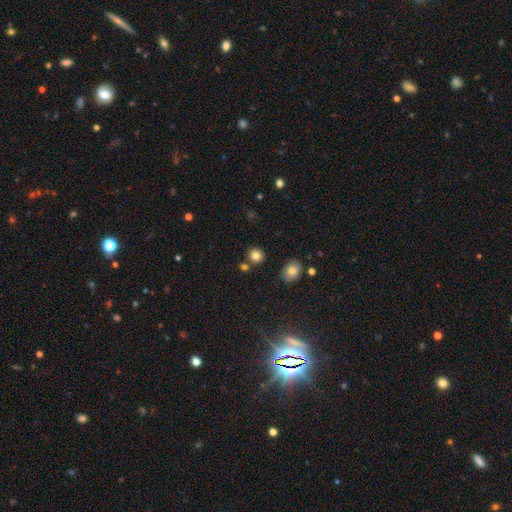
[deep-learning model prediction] Smooth or featured? smooth (82%)
How rounded? round (85%)
Merging? none (81%)